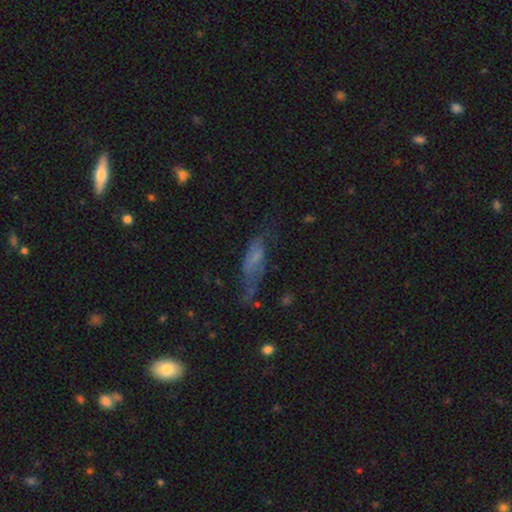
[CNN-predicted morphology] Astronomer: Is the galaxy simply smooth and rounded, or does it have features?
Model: smooth — 46% (runner-up: featured or disk, 38%).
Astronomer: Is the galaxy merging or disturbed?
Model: none — 42% (runner-up: minor disturbance, 27%).